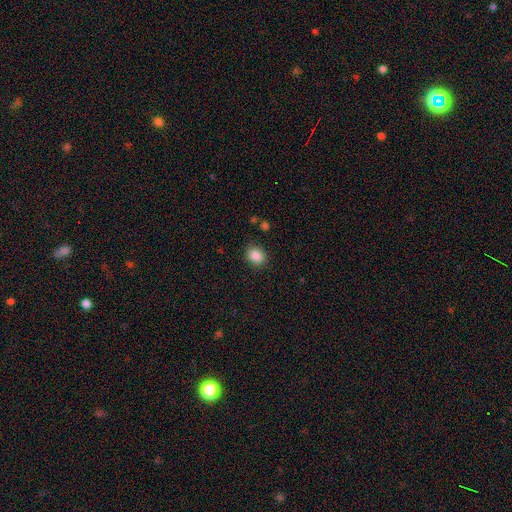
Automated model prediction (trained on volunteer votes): Smooth or featured?
  - smooth: 87% *
  - star or artifact: 9%
  - featured or disk: 4%
How rounded?
  - round: 52% *
  - in between: 47%
  - cigar-shaped: 1%
Merging?
  - none: 85% *
  - minor disturbance: 10%
  - major disturbance: 3%
  - merger: 2%